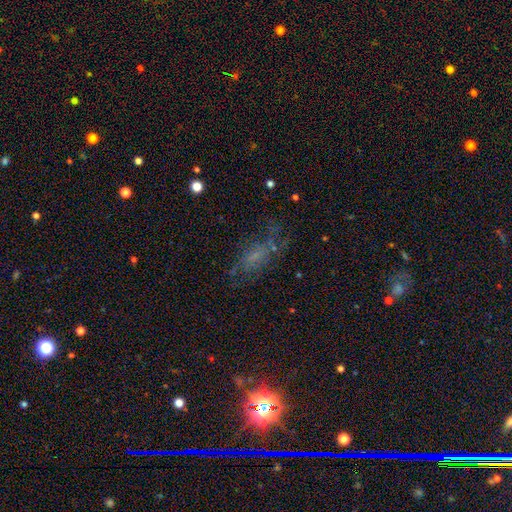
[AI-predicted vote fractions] smooth_or_featured: smooth (p=0.39) [alt: featured or disk p=0.36]
merging: none (p=0.48) [alt: major disturbance p=0.26]